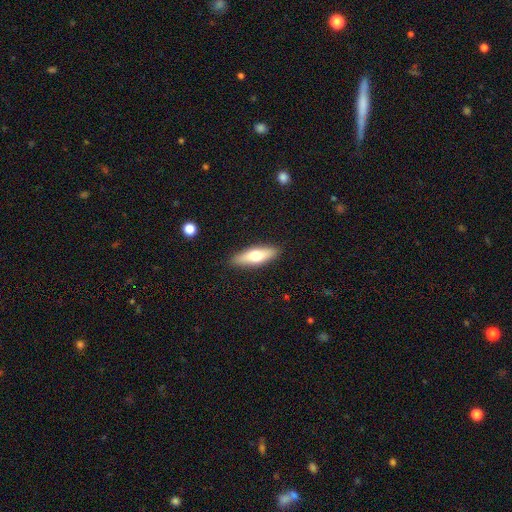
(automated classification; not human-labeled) smooth-or-featured: smooth: 62% | featured or disk: 32% | star or artifact: 6%
  how-rounded: cigar-shaped: 50% | in between: 48% | round: 2%
  merging: none: 89% | minor disturbance: 8% | major disturbance: 2% | merger: 1%